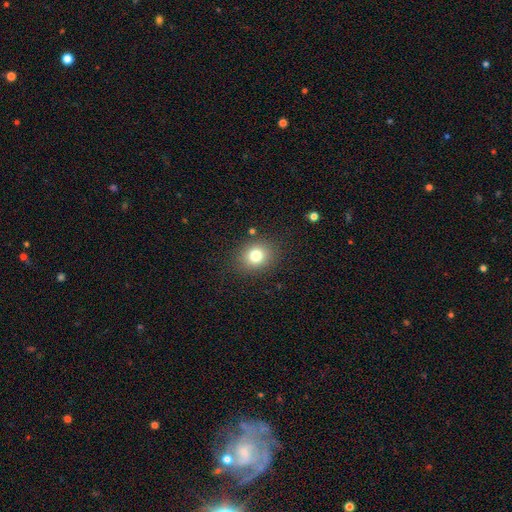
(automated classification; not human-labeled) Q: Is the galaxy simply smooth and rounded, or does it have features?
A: smooth — 78%.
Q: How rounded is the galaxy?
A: round — 66%.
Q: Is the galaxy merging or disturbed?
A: none — 86%.